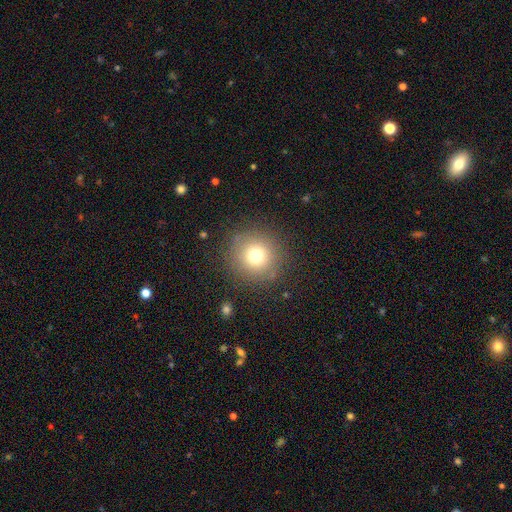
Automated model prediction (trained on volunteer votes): smooth 74%, star or artifact 15%, featured or disk 11%. Down the decision tree: how rounded — round (95%); merging — none (87%).